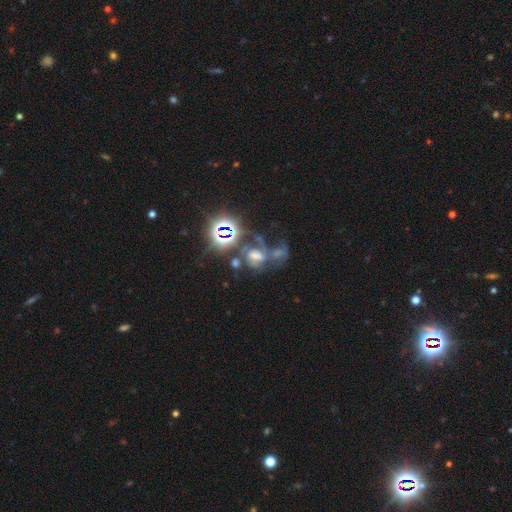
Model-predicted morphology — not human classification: A featured or disk galaxy (42%). Merging: merger (39%).